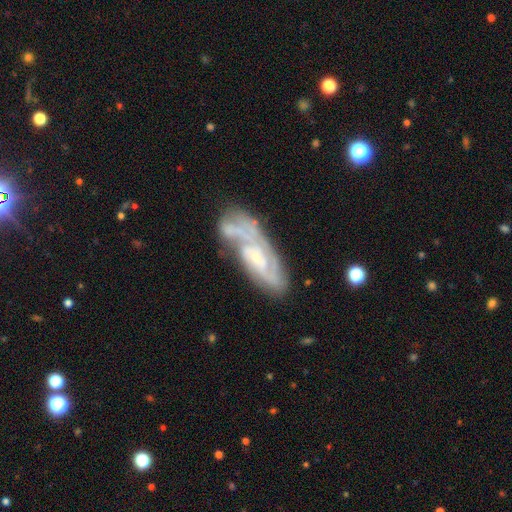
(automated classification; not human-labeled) A featured or disk galaxy (79%) with no bar (54%), 2 (39%) tight (48%) spiral arms (90%) and a small central bulge (61%).

Vote fractions:
- Smooth or featured? featured or disk: 79% / smooth: 15% / star or artifact: 7%
- Edge-on disk? no: 90% / yes: 10%
- Bar? no: 54% / weak: 36% / strong: 10%
- Spiral arms? yes: 90% / no: 10%
- Spiral winding? tight: 48% / medium: 39% / loose: 13%
- Spiral arm count? 2: 39% / can't tell: 31% / 3: 16% / 1: 6% / 4: 4% / more than 4: 3%
- Bulge size? small: 61% / moderate: 25% / none: 10% / large: 2% / dominant: 1%
- Merging? none: 47% / minor disturbance: 23% / major disturbance: 16% / merger: 14%